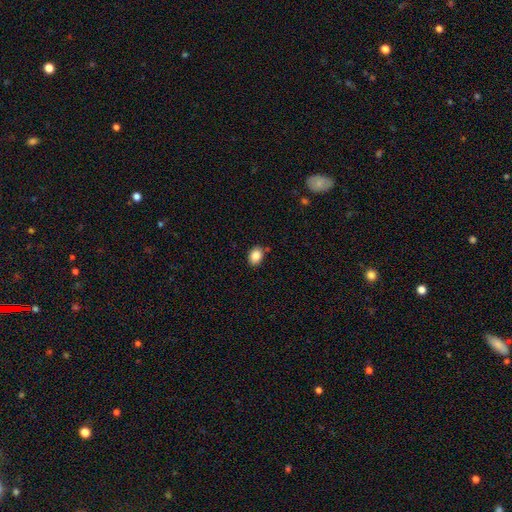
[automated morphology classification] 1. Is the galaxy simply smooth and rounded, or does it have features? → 87% smooth, 9% star or artifact, 4% featured or disk.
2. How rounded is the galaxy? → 66% in between, 33% round, 1% cigar-shaped.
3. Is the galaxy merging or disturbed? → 80% none, 13% minor disturbance, 4% merger, 3% major disturbance.